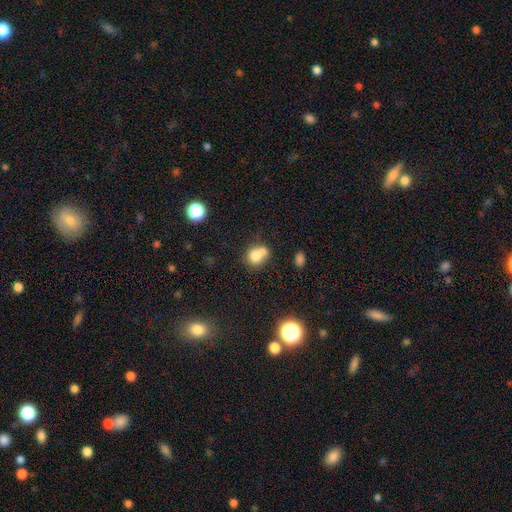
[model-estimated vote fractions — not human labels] Overall: smooth (74%). How rounded: round (72%). Merging: merger (55%; none 33%).